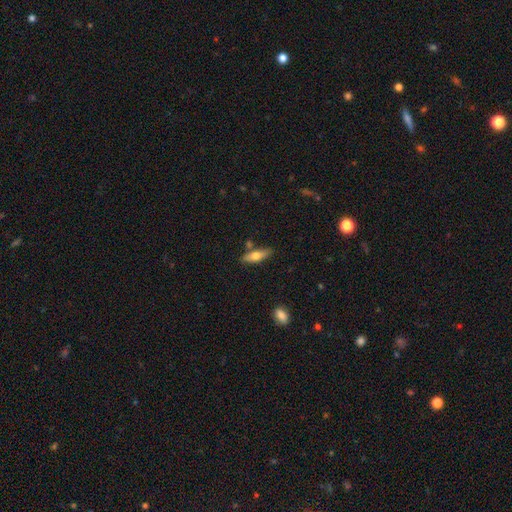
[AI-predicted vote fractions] Smooth or featured?
  - smooth: 63% *
  - featured or disk: 31%
  - star or artifact: 6%
How rounded?
  - cigar-shaped: 49% *
  - in between: 48%
  - round: 3%
Merging?
  - none: 78% *
  - minor disturbance: 13%
  - merger: 7%
  - major disturbance: 3%